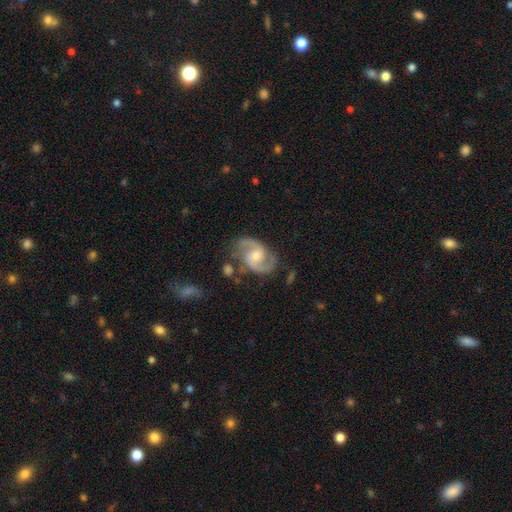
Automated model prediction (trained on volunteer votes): Q: Smooth or featured?
A: featured or disk (90%); runner-up: smooth (6%)
Q: Edge-on disk?
A: no (98%); runner-up: yes (2%)
Q: Bar?
A: no (48%); runner-up: weak (43%)
Q: Spiral arms?
A: yes (98%); runner-up: no (2%)
Q: Spiral winding?
A: medium (61%); runner-up: loose (20%)
Q: Spiral arm count?
A: 2 (93%); runner-up: can't tell (2%)
Q: Bulge size?
A: moderate (54%); runner-up: small (37%)
Q: Merging?
A: none (72%); runner-up: minor disturbance (17%)